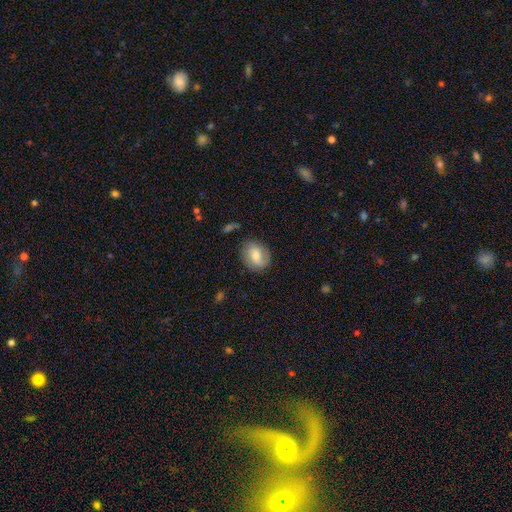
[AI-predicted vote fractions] Overall: smooth (59%; featured or disk 33%). How rounded: round (67%; in between 32%). Merging: none (80%).